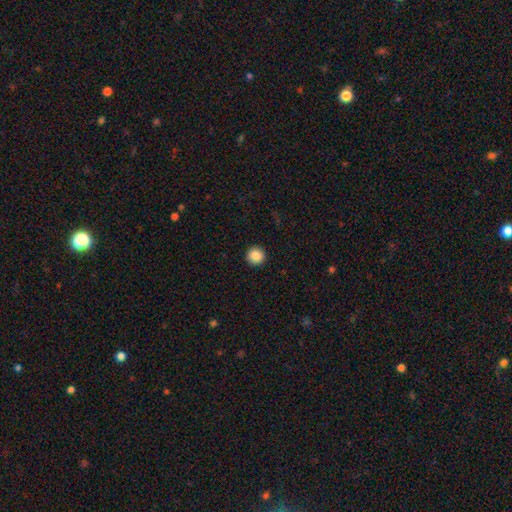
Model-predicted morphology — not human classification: This is clearly a smooth galaxy (87%). How rounded: clearly round (95%). Merging: clearly none (94%).